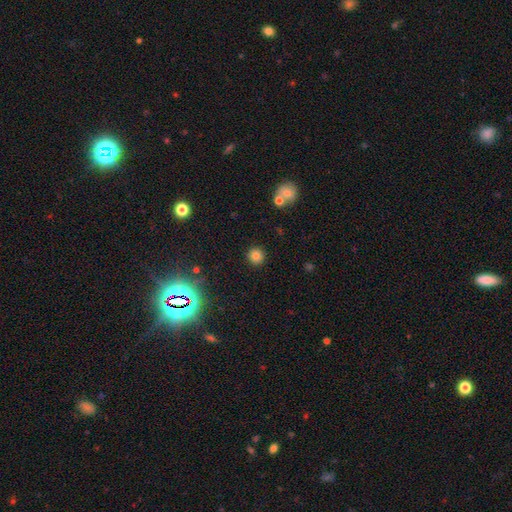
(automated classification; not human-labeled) Overall: smooth (81%). How rounded: round (93%). Merging: none (90%).